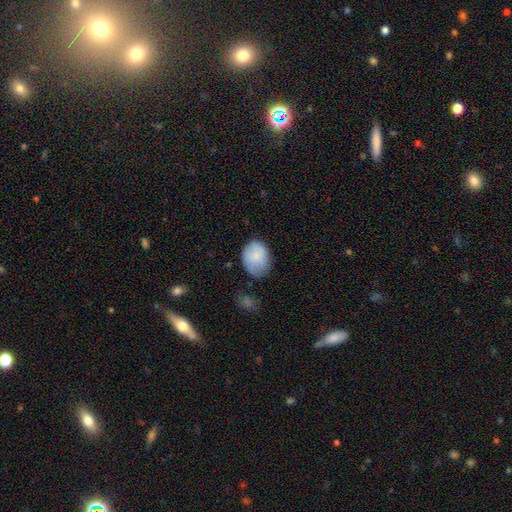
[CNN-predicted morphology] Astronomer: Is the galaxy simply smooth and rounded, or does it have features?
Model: smooth — 82%.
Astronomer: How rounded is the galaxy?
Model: in between — 64%.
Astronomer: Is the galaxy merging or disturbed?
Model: none — 60%.